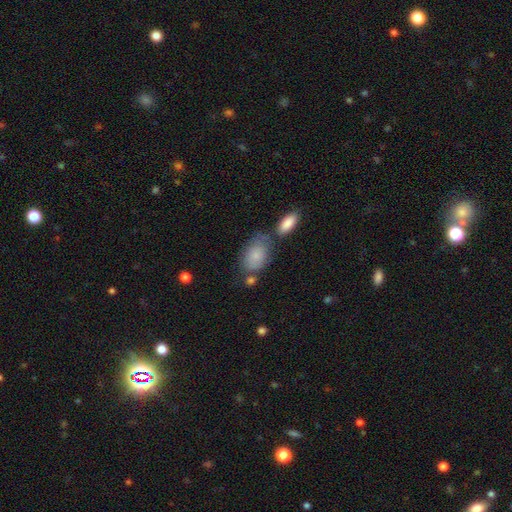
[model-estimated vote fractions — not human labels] This is likely a smooth galaxy (79%). How rounded: clearly in between (89%). Merging: possibly none (52%).